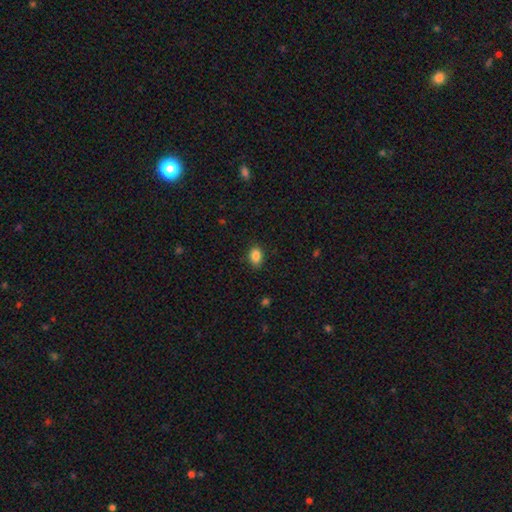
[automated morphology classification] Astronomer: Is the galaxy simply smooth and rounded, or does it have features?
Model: smooth — 87%.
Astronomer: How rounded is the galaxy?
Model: in between — 78%.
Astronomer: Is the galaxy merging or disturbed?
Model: none — 86%.